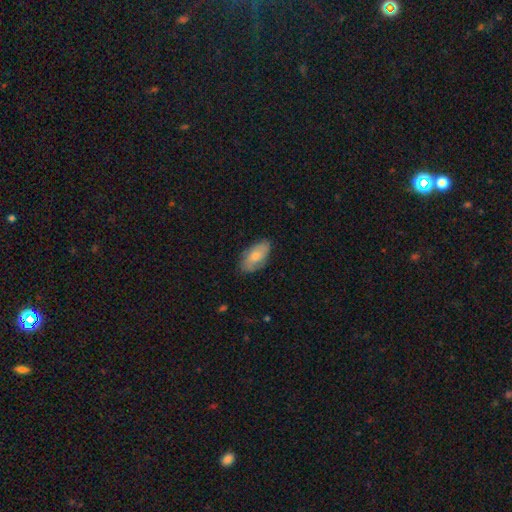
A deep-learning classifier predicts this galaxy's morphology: smooth_or_featured: smooth (p=0.67) [alt: featured or disk p=0.27]
how_rounded: in between (p=0.93) [alt: cigar-shaped p=0.04]
merging: none (p=0.76) [alt: minor disturbance p=0.19]